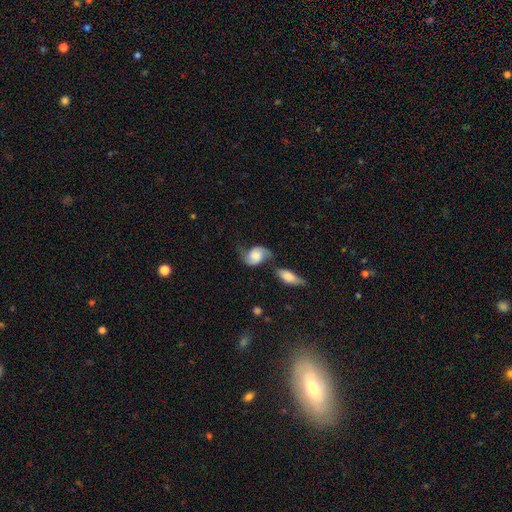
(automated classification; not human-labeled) Smooth or featured? Predicted: featured or disk (p=0.68). Edge-on disk? Predicted: no (p=0.96). Bar? Predicted: no (p=0.66). Spiral arms? Predicted: yes (p=0.94). Spiral winding? Predicted: loose (p=0.53). Spiral arm count? Predicted: 2 (p=0.91). Bulge size? Predicted: large (p=0.32). Merging? Predicted: none (p=0.45).